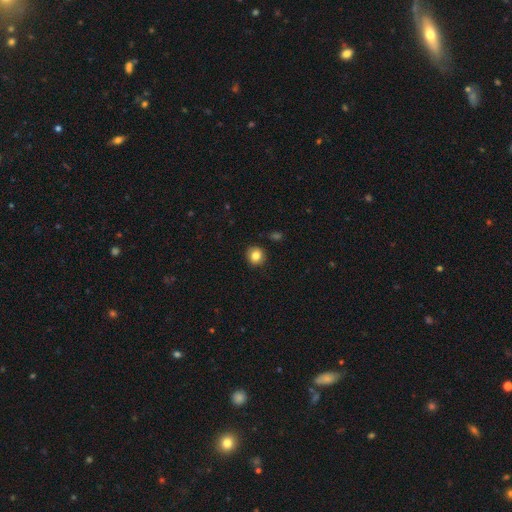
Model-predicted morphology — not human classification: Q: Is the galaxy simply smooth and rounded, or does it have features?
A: smooth — 84%.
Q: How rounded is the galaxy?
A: round — 91%.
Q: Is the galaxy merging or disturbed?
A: none — 90%.